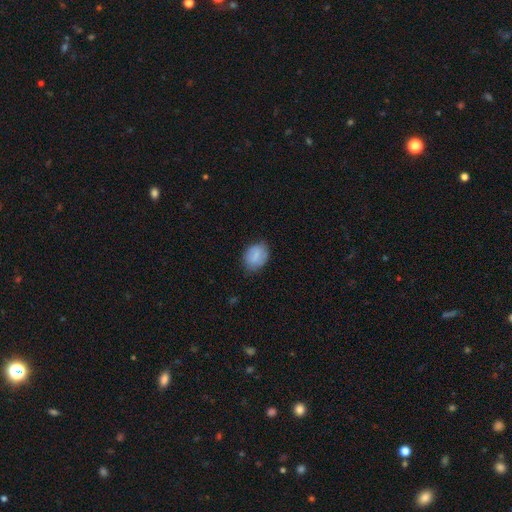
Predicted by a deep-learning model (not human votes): A smooth galaxy with no disk features (80%) that is in between round and cigar-shaped (63%). Merging: none (73%).